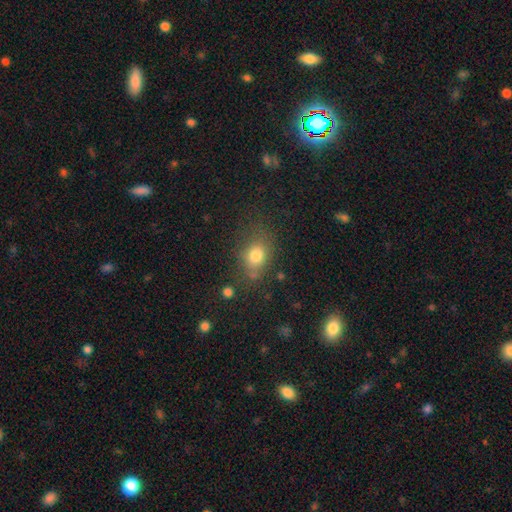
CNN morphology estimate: Smooth or featured? Predicted: smooth (p=0.78). How rounded? Predicted: in between (p=0.55). Merging? Predicted: none (p=0.67).